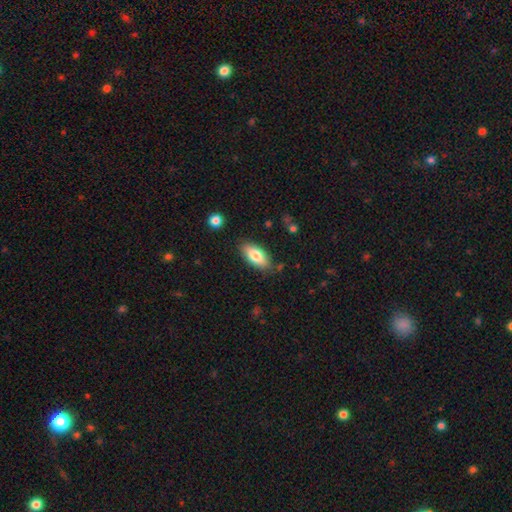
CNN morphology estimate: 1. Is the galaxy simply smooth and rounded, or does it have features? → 79% smooth, 15% featured or disk, 6% star or artifact.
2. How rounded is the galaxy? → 88% in between, 10% cigar-shaped, 2% round.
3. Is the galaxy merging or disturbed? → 82% none, 13% minor disturbance, 3% major disturbance, 2% merger.